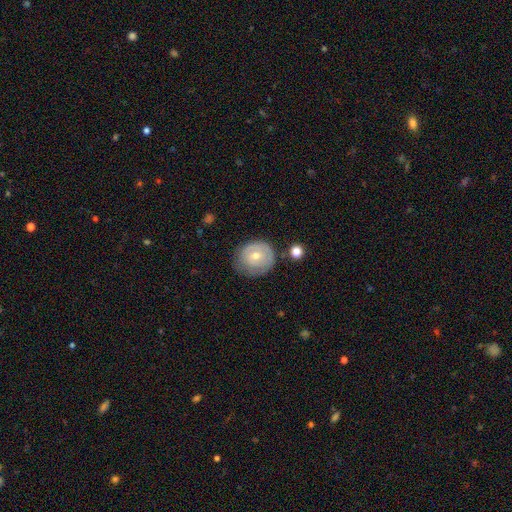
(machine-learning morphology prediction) featured or disk 49%, smooth 44%, star or artifact 7%. Down the decision tree: merging — none (68%).